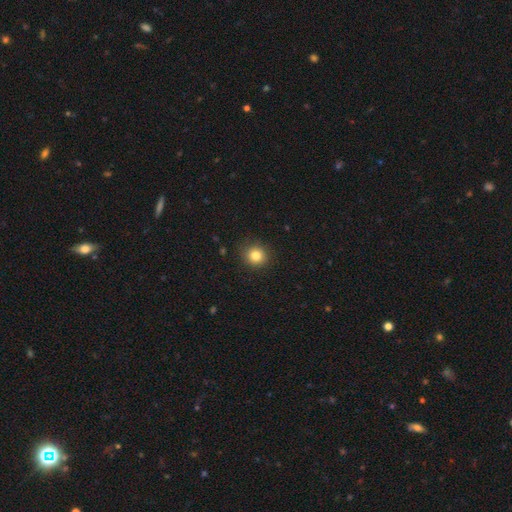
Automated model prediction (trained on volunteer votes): A smooth galaxy with no disk features (82%) that is round (91%). Merging: none (90%).